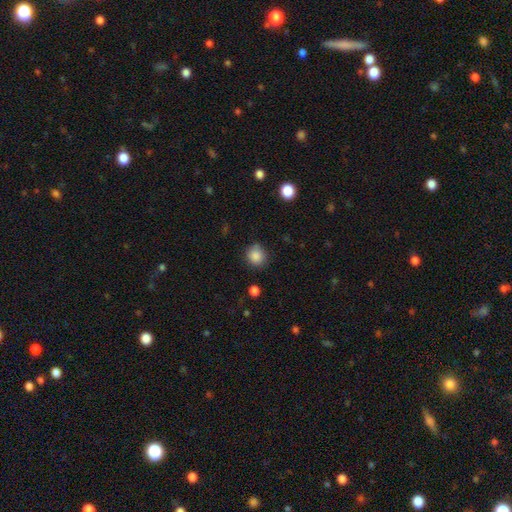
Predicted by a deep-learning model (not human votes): Morphology: type=smooth (86%); roundness=round (84%); merging=none (77%).